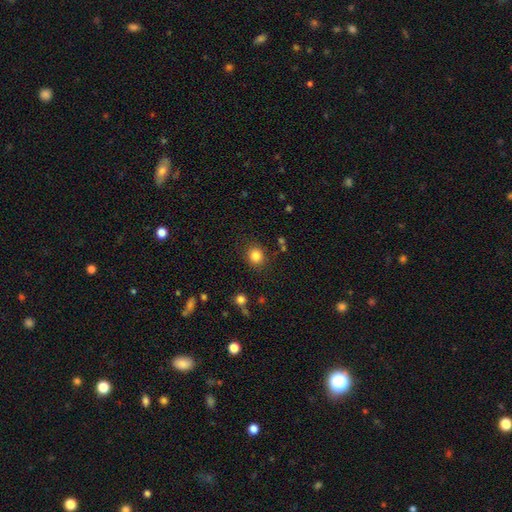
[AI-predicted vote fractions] The model was most divided on "how rounded": round: 81%, in between: 19%, cigar-shaped: 1%. More confident: merging — none (86%); smooth or featured — smooth (84%).